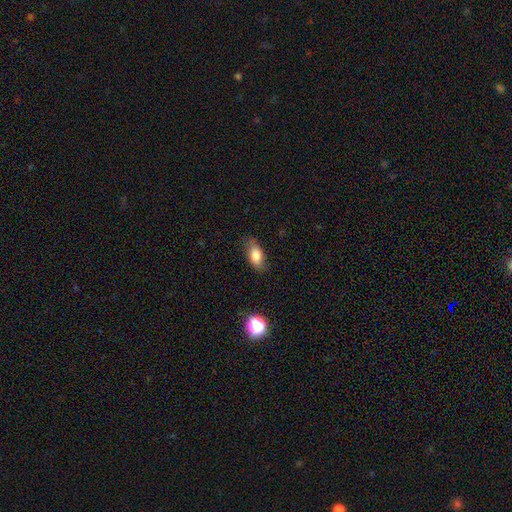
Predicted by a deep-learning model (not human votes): smooth 82%, featured or disk 9%, star or artifact 8%. Down the decision tree: how rounded — in between (87%); merging — none (75%).